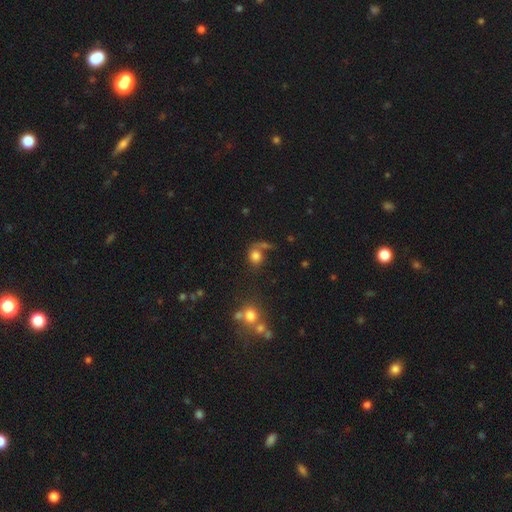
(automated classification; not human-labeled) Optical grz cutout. It shows a smooth galaxy with no disk features (76%) that is round (65%). Merging: none (47%).